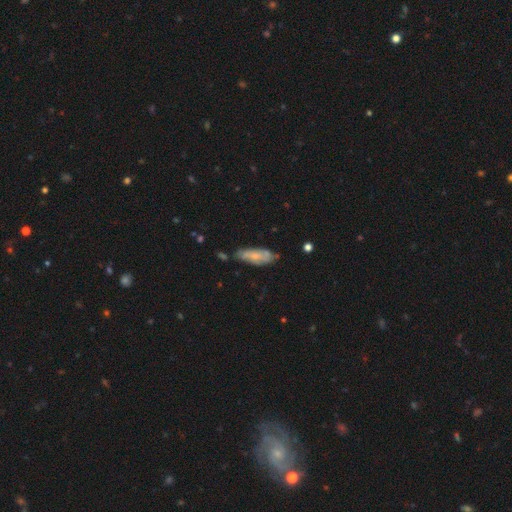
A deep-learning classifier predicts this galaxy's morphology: A smooth galaxy with no disk features (54%) that is in between round and cigar-shaped (62%).

Vote fractions:
- Smooth or featured? smooth: 54% / featured or disk: 39% / star or artifact: 7%
- How rounded? in between: 62% / cigar-shaped: 36% / round: 2%
- Merging? none: 61% / minor disturbance: 27% / major disturbance: 6% / merger: 6%